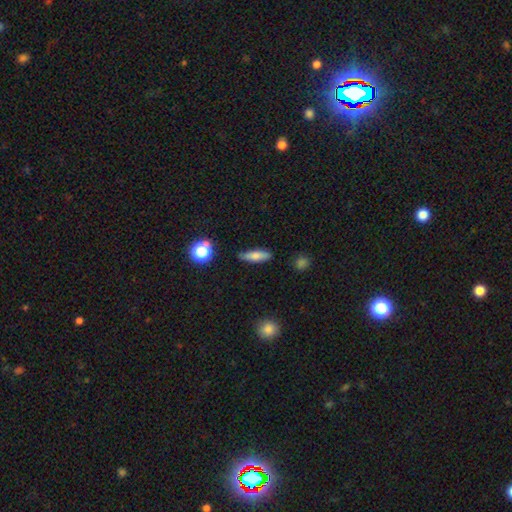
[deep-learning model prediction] A smooth galaxy with no disk features (72%) that is cigar-shaped (59%). Merging: none (84%).